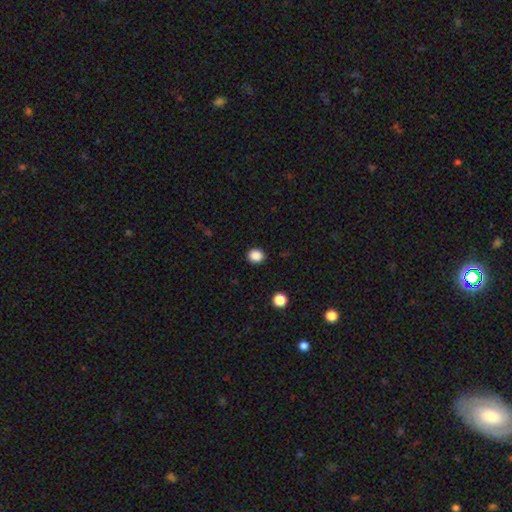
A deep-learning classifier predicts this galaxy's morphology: The model was most divided on "how rounded": round: 78%, in between: 21%, cigar-shaped: 1%. More confident: merging — none (91%); smooth or featured — smooth (87%).